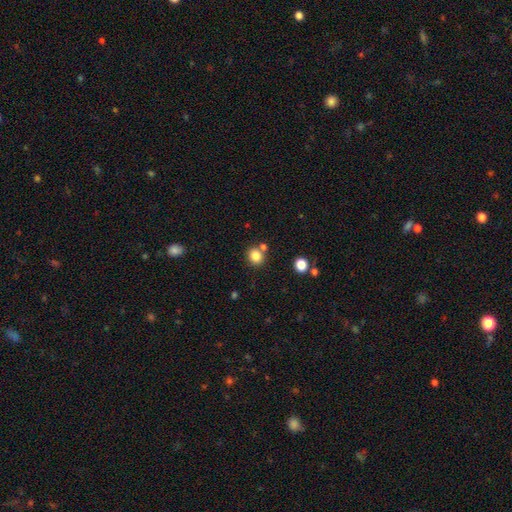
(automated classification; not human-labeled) Smooth or featured? smooth (83%)
How rounded? round (73%)
Merging? none (71%)